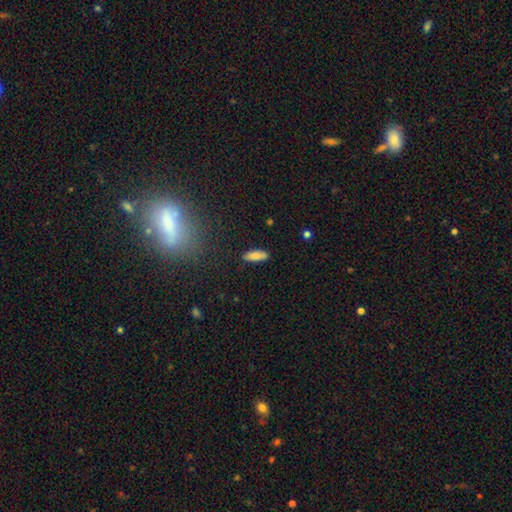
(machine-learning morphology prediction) smooth 84%, featured or disk 9%, star or artifact 7%. Down the decision tree: how rounded — in between (64%); merging — none (86%).